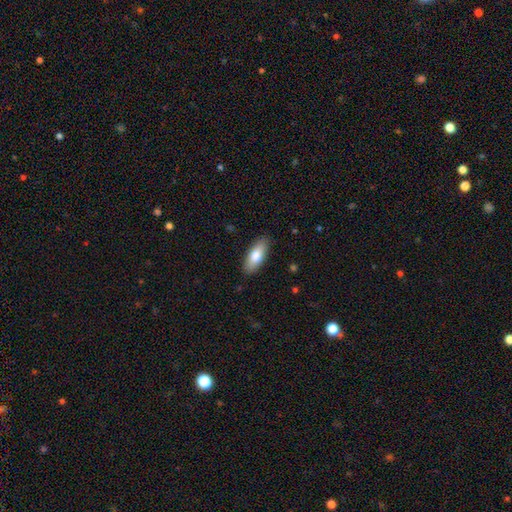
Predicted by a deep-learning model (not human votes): Smooth or featured?
  - smooth: 78% *
  - featured or disk: 16%
  - star or artifact: 6%
How rounded?
  - in between: 77% *
  - cigar-shaped: 21%
  - round: 2%
Merging?
  - none: 87% *
  - minor disturbance: 10%
  - major disturbance: 2%
  - merger: 1%